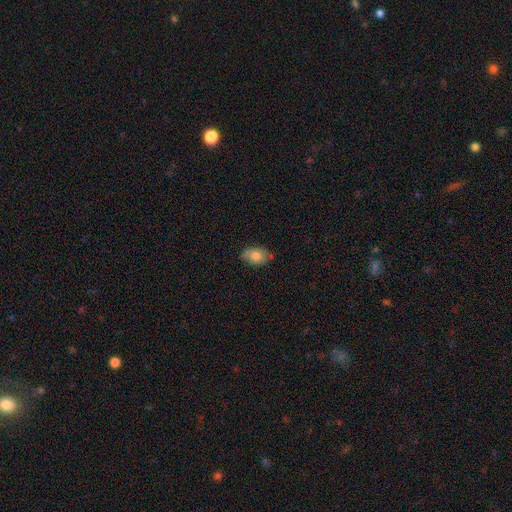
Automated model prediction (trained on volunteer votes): A smooth galaxy with no disk features (72%) that is in between round and cigar-shaped (80%). Merging: none (70%).